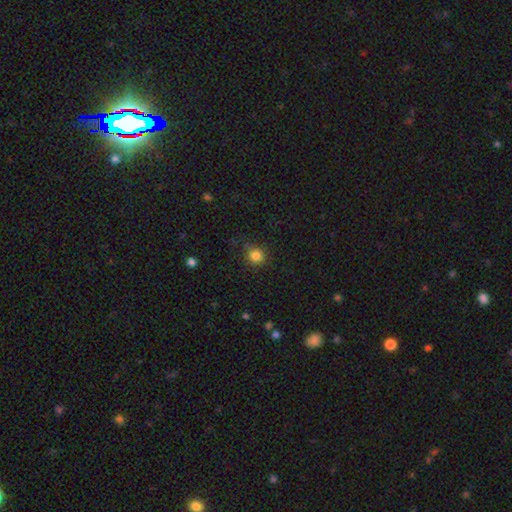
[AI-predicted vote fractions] A smooth galaxy with no disk features (84%) that is round (91%). Merging: none (84%).